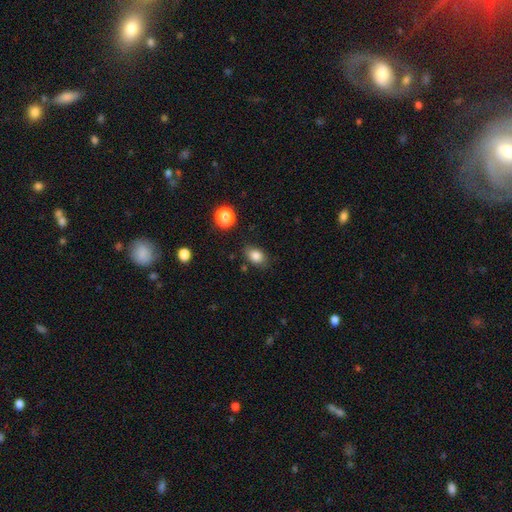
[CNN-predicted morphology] A smooth galaxy with no disk features (84%) that is in between round and cigar-shaped (75%). Merging: none (79%).